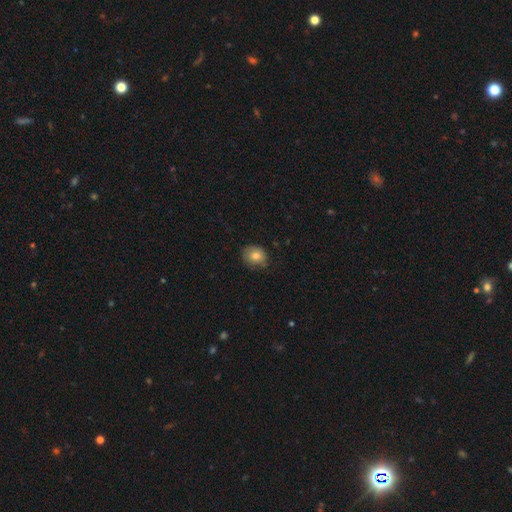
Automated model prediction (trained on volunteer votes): Overall: smooth (80%). How rounded: round (62%; in between 38%). Merging: none (70%).